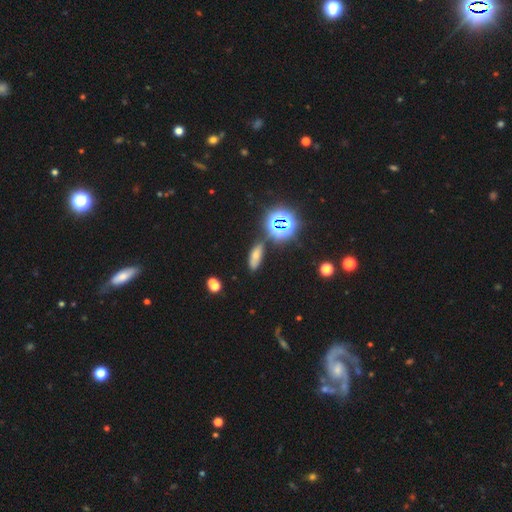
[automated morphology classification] A smooth galaxy with no disk features (55%) that is in between round and cigar-shaped (63%).

Vote fractions:
- Smooth or featured? smooth: 55% / star or artifact: 30% / featured or disk: 15%
- How rounded? in between: 63% / cigar-shaped: 29% / round: 8%
- Merging? none: 75% / minor disturbance: 15% / merger: 6% / major disturbance: 5%